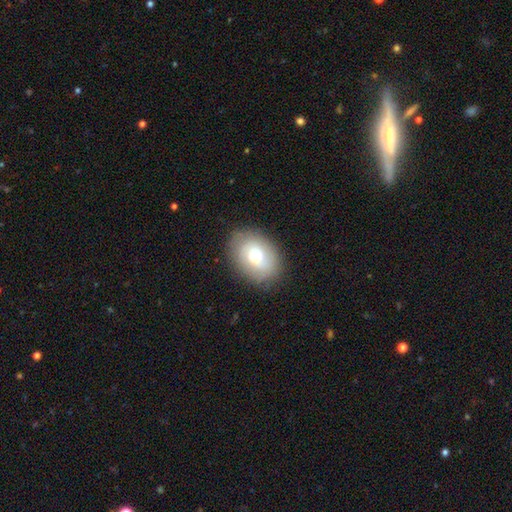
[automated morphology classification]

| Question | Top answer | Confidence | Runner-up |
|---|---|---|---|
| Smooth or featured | smooth | 64% | featured or disk (28%) |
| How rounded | in between | 76% | round (23%) |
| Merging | none | 78% | minor disturbance (15%) |